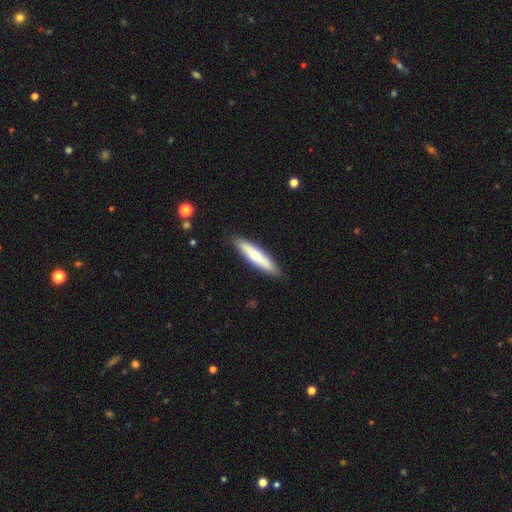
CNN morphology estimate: smooth 63%, featured or disk 32%, star or artifact 5%. Down the decision tree: how rounded — cigar-shaped (85%); merging — none (89%).